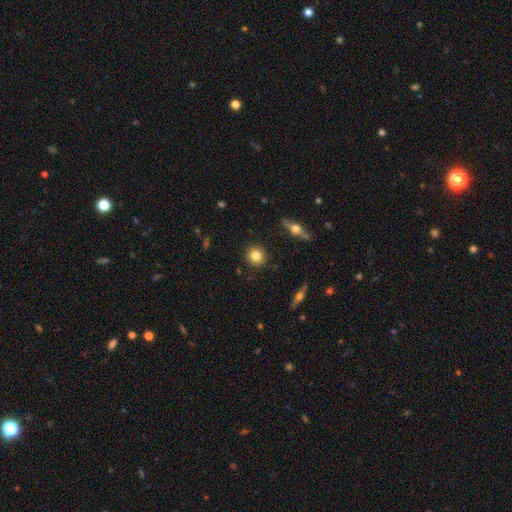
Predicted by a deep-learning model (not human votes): This is clearly a smooth galaxy (81%). How rounded: clearly round (88%). Merging: clearly none (91%).